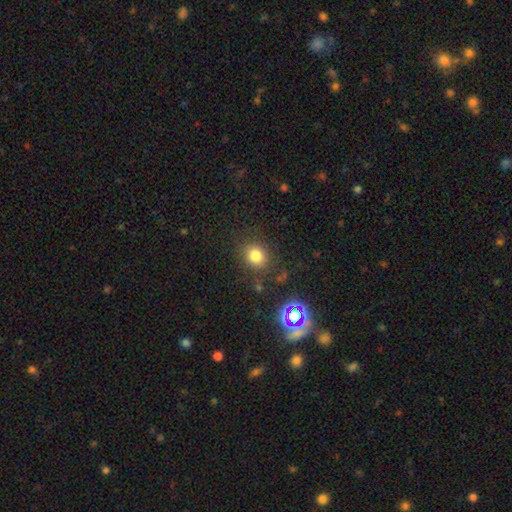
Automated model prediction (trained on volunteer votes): Q: Smooth or featured?
A: smooth (77%); runner-up: star or artifact (16%)
Q: How rounded?
A: round (75%); runner-up: in between (24%)
Q: Merging?
A: none (81%); runner-up: minor disturbance (11%)